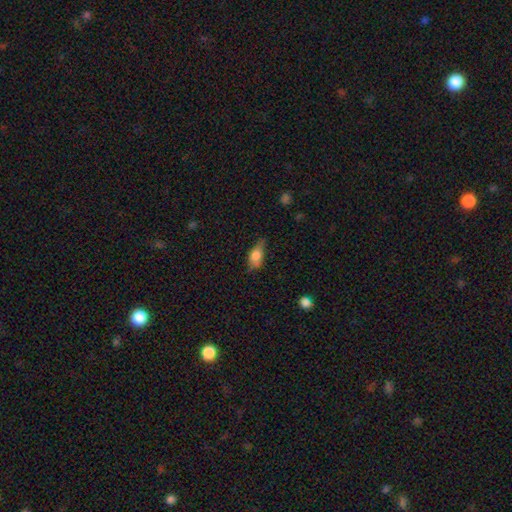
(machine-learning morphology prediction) This appears to be a smooth galaxy with no disk features (73%) that is in between round and cigar-shaped (80%). Merging: none (50%).